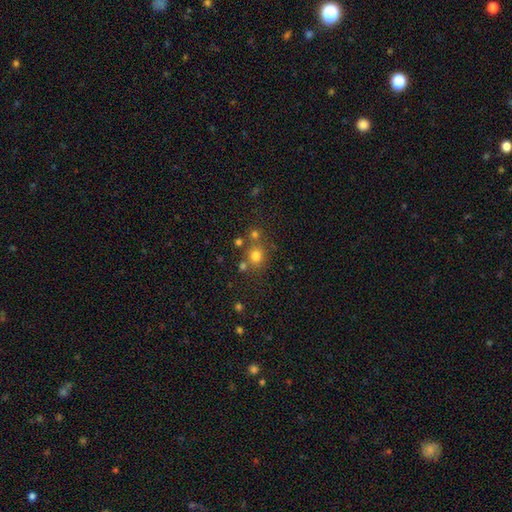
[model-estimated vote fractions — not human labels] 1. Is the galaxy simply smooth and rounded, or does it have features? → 74% smooth, 17% star or artifact, 9% featured or disk.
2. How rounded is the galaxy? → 85% round, 14% in between, 1% cigar-shaped.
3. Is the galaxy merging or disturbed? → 67% none, 19% merger, 10% minor disturbance, 4% major disturbance.